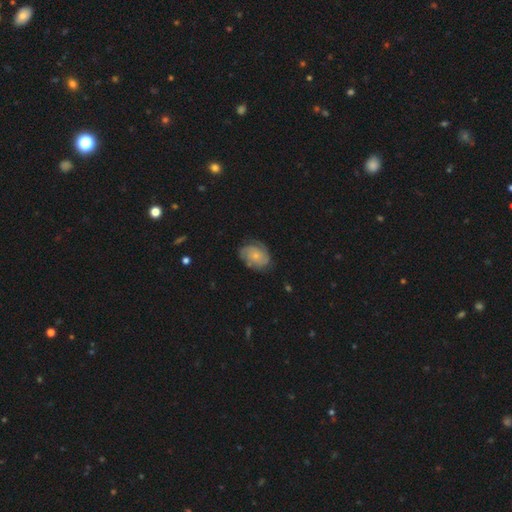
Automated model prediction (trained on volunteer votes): Q: Smooth or featured?
A: featured or disk (68%); runner-up: smooth (26%)
Q: Edge-on disk?
A: no (97%); runner-up: yes (3%)
Q: Bar?
A: no (78%); runner-up: weak (19%)
Q: Spiral arms?
A: yes (92%); runner-up: no (8%)
Q: Spiral winding?
A: tight (56%); runner-up: medium (32%)
Q: Spiral arm count?
A: 2 (38%); runner-up: can't tell (27%)
Q: Bulge size?
A: small (67%); runner-up: moderate (24%)
Q: Merging?
A: none (70%); runner-up: minor disturbance (21%)